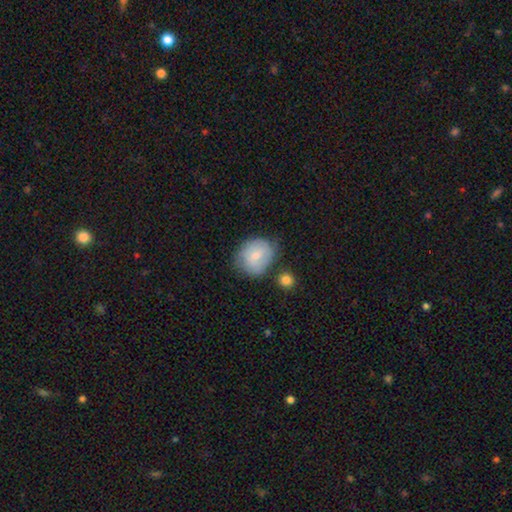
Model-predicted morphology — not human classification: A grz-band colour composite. It shows a smooth galaxy with no disk features (57%) that is round (65%). Merging: none (59%).